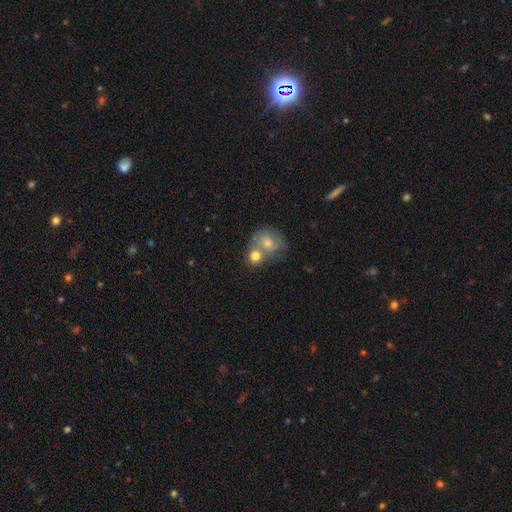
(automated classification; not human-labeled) smooth-or-featured: smooth: 72% | featured or disk: 19% | star or artifact: 8%
  how-rounded: round: 73% | in between: 25% | cigar-shaped: 1%
  merging: merger: 57% | none: 30% | minor disturbance: 9% | major disturbance: 4%